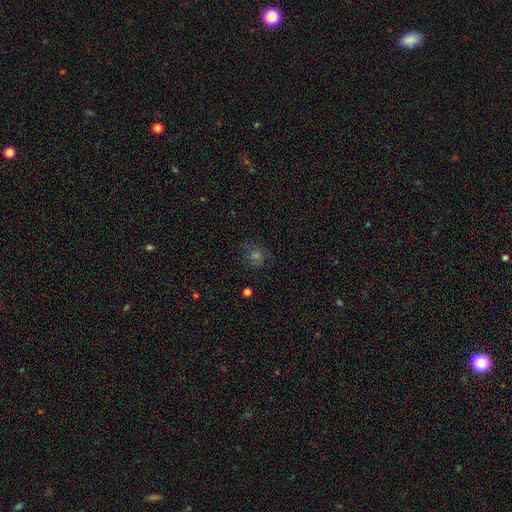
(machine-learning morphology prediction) This is possibly a smooth galaxy (47%). Merging: likely none (75%).